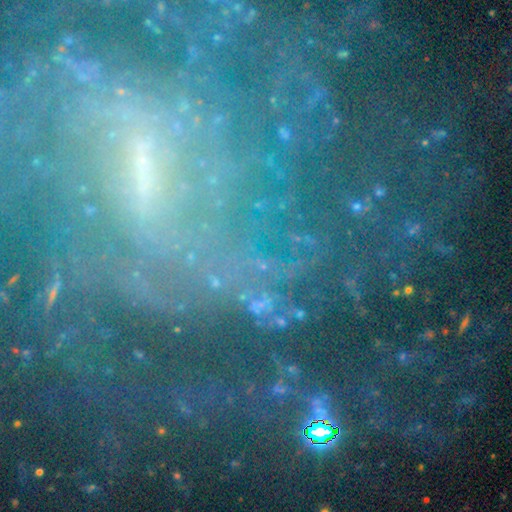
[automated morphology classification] Smooth or featured? star or artifact (55%)